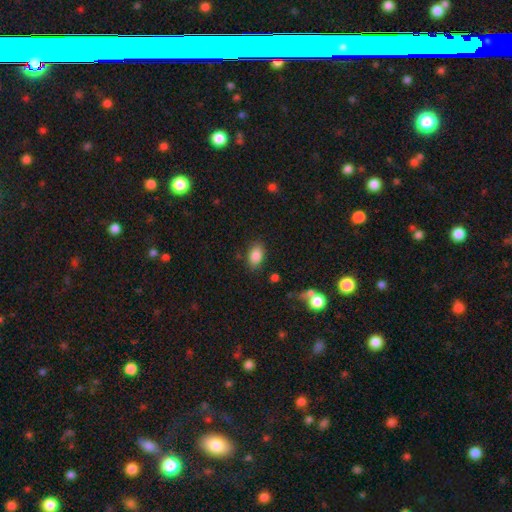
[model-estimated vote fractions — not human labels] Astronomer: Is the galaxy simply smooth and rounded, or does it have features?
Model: smooth — 86%.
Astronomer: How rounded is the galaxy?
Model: in between — 88%.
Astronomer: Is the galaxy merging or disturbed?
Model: none — 80%.